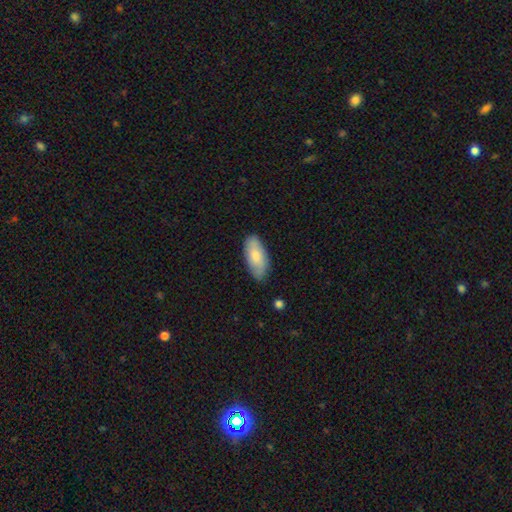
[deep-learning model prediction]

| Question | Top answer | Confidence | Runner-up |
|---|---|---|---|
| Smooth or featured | smooth | 76% | featured or disk (18%) |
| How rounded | in between | 90% | cigar-shaped (8%) |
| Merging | none | 81% | minor disturbance (15%) |